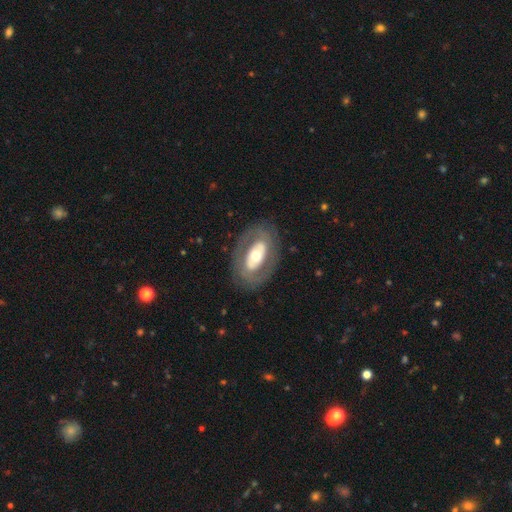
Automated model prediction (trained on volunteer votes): This is likely a featured or disk galaxy (64%). It is clearly not viewed edge-on (92%). Bar: likely no (64%). Spiral arm pattern: likely no (69%). Central bulge: likely moderate (61%). Merging: likely none (80%).